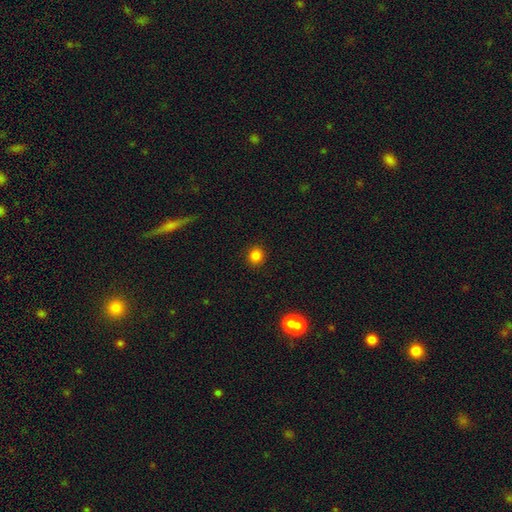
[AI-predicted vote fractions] Smooth or featured? smooth (83%)
How rounded? round (86%)
Merging? none (91%)